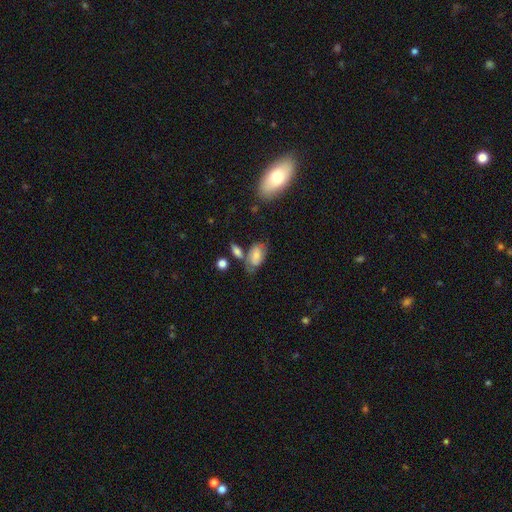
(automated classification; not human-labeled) Q: Smooth or featured?
A: smooth (68%); runner-up: featured or disk (24%)
Q: How rounded?
A: in between (91%); runner-up: round (5%)
Q: Merging?
A: none (49%); runner-up: minor disturbance (24%)